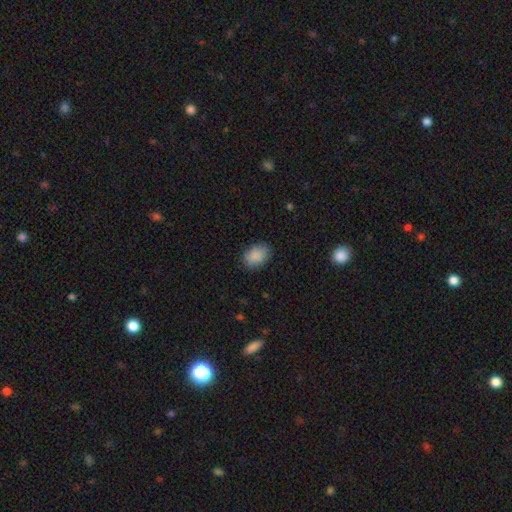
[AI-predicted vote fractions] Smooth or featured? Predicted: smooth (p=0.89). How rounded? Predicted: in between (p=0.78). Merging? Predicted: none (p=0.84).